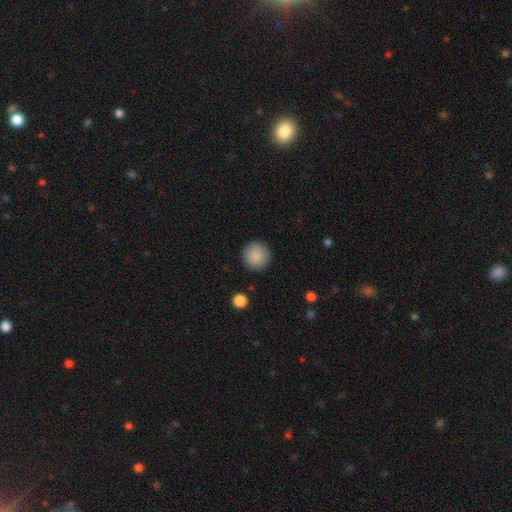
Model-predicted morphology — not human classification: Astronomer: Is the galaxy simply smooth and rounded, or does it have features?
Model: smooth — 89%.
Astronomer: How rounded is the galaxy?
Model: round — 95%.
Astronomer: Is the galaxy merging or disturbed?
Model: none — 91%.